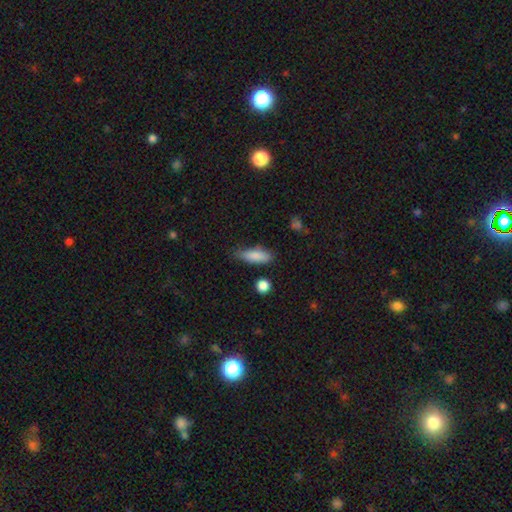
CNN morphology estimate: Smooth or featured: smooth — 84% (featured or disk — 9%)
How rounded: in between — 59% (cigar-shaped — 38%)
Merging: none — 69% (minor disturbance — 23%)